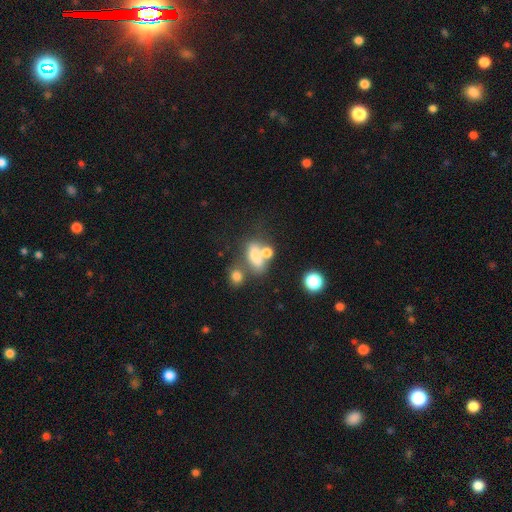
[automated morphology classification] This is likely a smooth galaxy (67%). How rounded: likely in between (76%). Merging: marginally merger (42%).